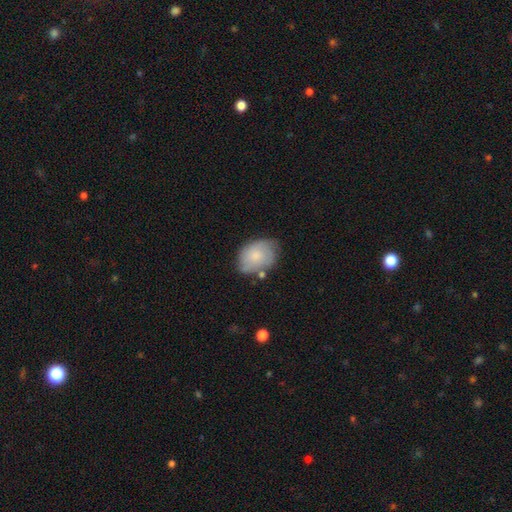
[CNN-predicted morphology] Smooth or featured? Predicted: smooth (p=0.62). How rounded? Predicted: in between (p=0.74). Merging? Predicted: none (p=0.58).